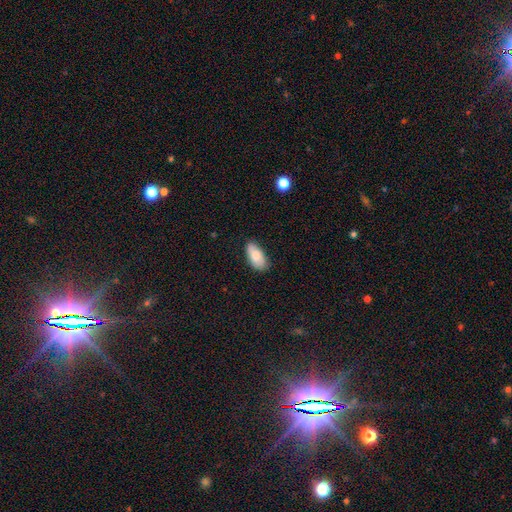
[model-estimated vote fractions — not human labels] Smooth or featured? Predicted: smooth (p=0.81). How rounded? Predicted: in between (p=0.92). Merging? Predicted: none (p=0.77).